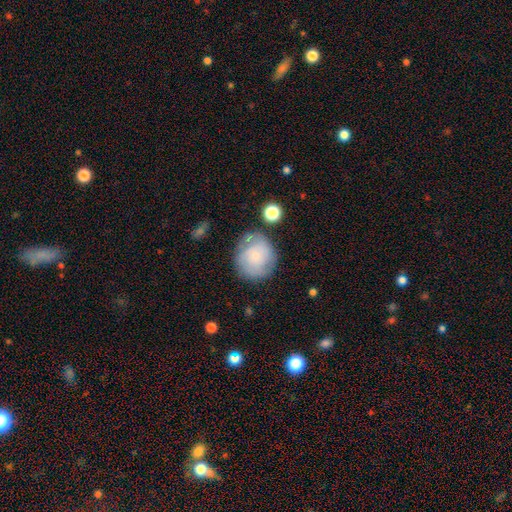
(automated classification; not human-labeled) Smooth or featured: smooth — 53% (featured or disk — 39%)
How rounded: round — 83% (in between — 16%)
Merging: none — 65% (minor disturbance — 20%)